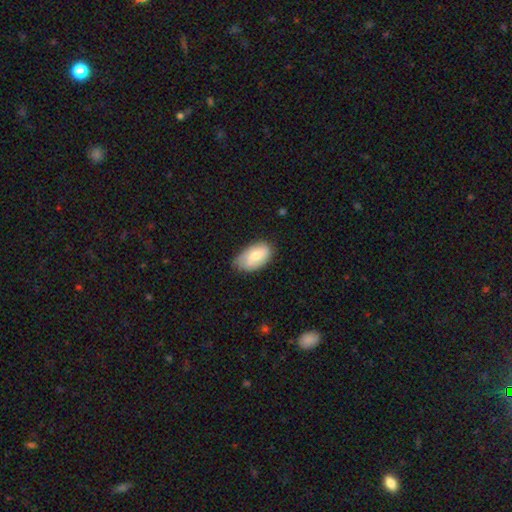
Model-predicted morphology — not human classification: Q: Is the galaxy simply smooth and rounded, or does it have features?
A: smooth — 68%.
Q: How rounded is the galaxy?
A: in between — 94%.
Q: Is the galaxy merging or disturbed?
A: none — 66%.